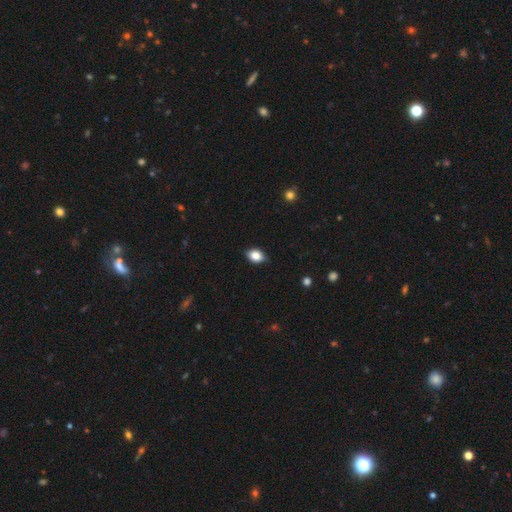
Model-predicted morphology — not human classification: The model was most divided on "how rounded": in between: 77%, round: 21%, cigar-shaped: 2%. More confident: merging — none (84%); smooth or featured — smooth (82%).